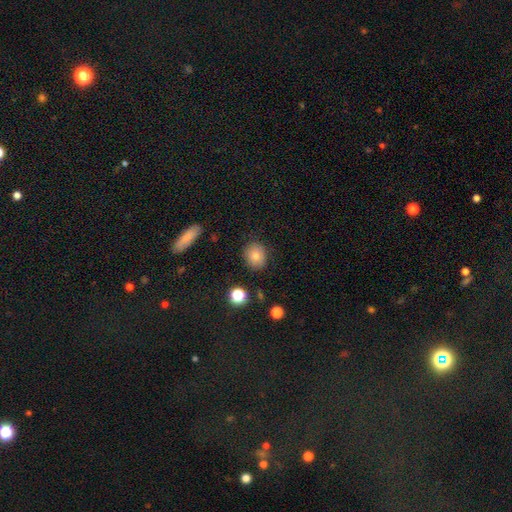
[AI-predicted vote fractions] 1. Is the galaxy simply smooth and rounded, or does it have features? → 80% smooth, 11% star or artifact, 10% featured or disk.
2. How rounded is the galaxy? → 69% round, 29% in between, 1% cigar-shaped.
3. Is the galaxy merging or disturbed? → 85% none, 11% minor disturbance, 3% major disturbance, 2% merger.